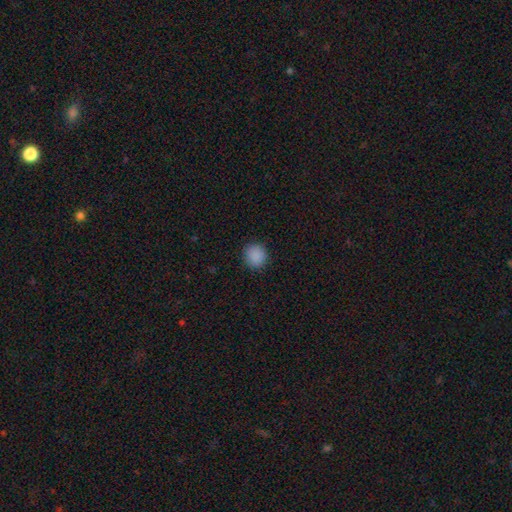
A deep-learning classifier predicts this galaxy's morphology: smooth_or_featured: smooth (p=0.88) [alt: star or artifact p=0.09]
how_rounded: round (p=0.90) [alt: in between p=0.09]
merging: none (p=0.89) [alt: minor disturbance p=0.08]